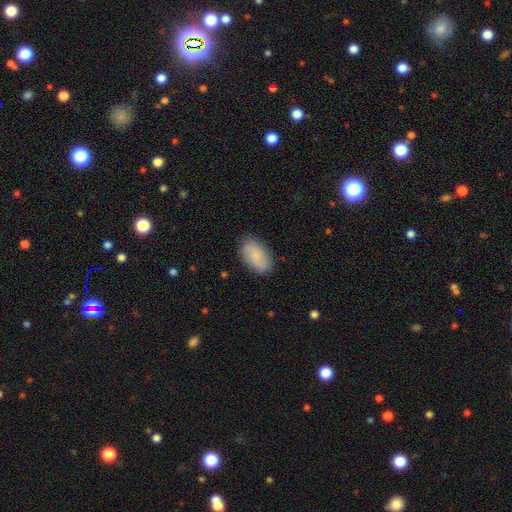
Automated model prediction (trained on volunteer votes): Overall: smooth (82%). How rounded: in between (94%). Merging: none (85%).